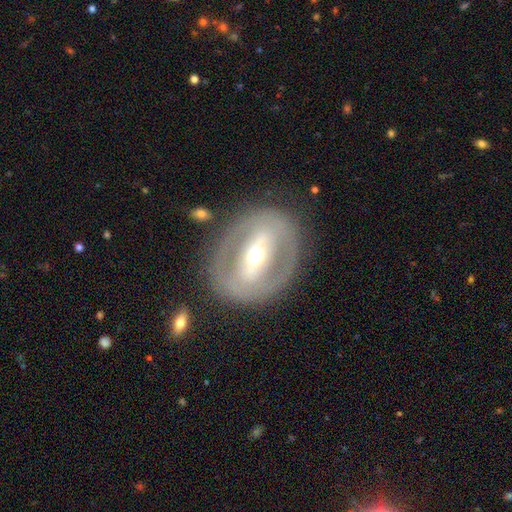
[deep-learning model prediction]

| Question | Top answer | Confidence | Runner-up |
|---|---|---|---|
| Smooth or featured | featured or disk | 73% | smooth (21%) |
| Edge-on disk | no | 91% | yes (9%) |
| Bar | strong | 60% | weak (24%) |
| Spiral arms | no | 71% | yes (29%) |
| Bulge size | moderate | 59% | small (33%) |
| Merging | none | 79% | minor disturbance (12%) |